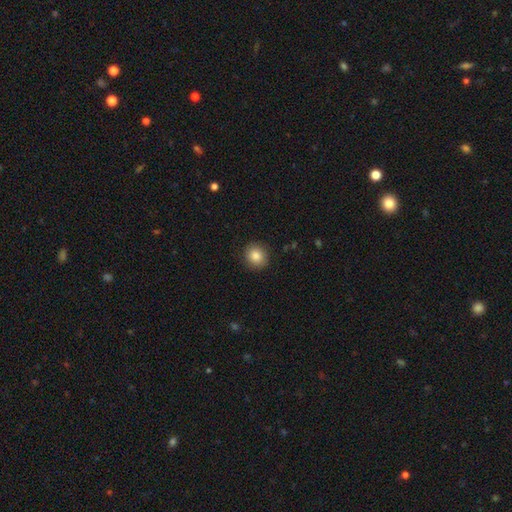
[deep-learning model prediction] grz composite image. It shows a smooth galaxy with no disk features (86%) that is round (87%). Merging: none (90%).